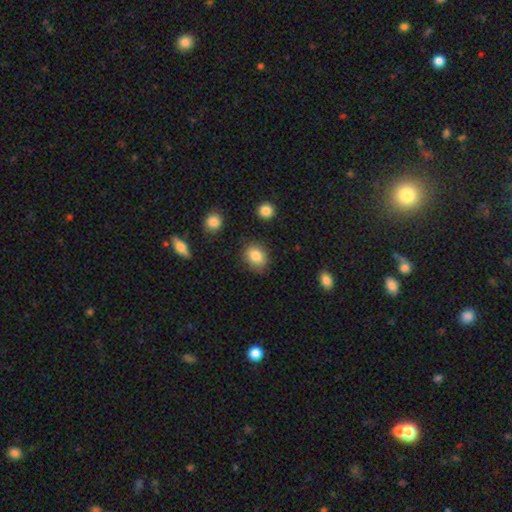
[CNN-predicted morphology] type=smooth (83%); roundness=round (50%); merging=none (82%).